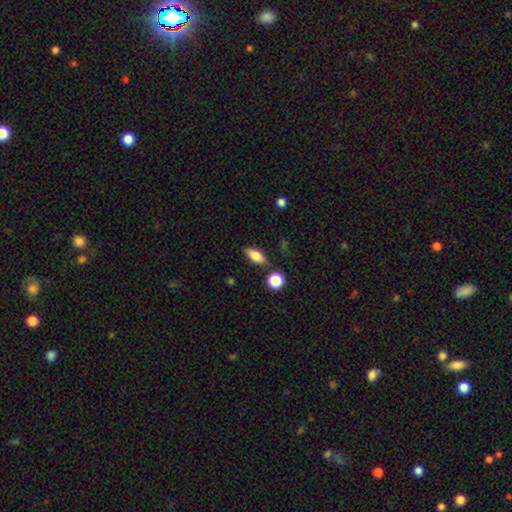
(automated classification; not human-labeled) smooth-or-featured: smooth: 77% | featured or disk: 15% | star or artifact: 9%
  how-rounded: in between: 80% | cigar-shaped: 12% | round: 8%
  merging: none: 80% | minor disturbance: 13% | merger: 4% | major disturbance: 3%